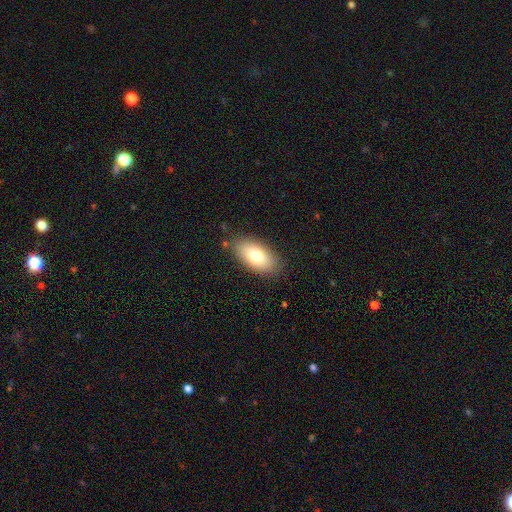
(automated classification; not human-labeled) Smooth or featured? smooth (77%)
How rounded? in between (92%)
Merging? none (83%)